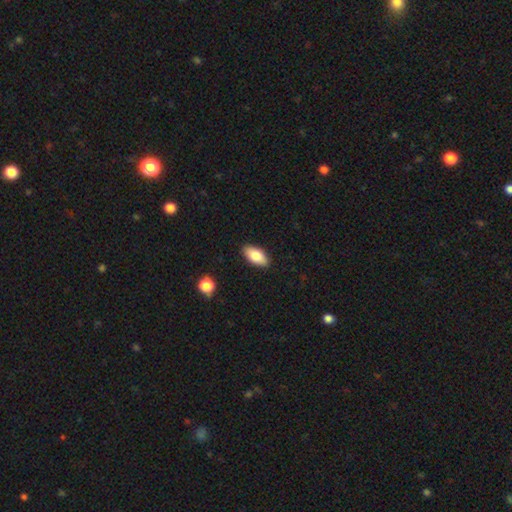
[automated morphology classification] A smooth galaxy with no disk features (81%) that is in between round and cigar-shaped (91%). Merging: none (89%).